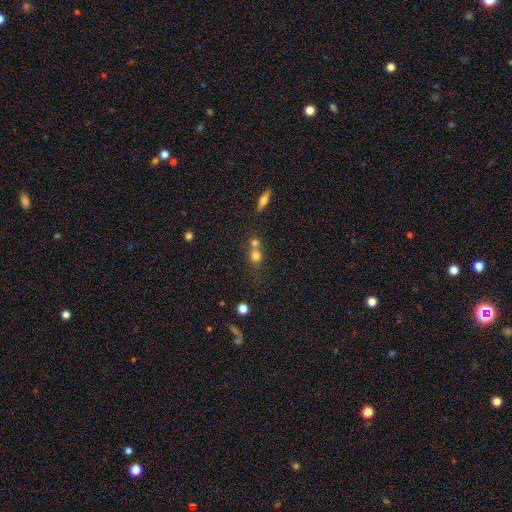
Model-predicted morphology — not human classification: Overall: smooth (71%). How rounded: round (77%). Merging: merger (54%; none 35%).